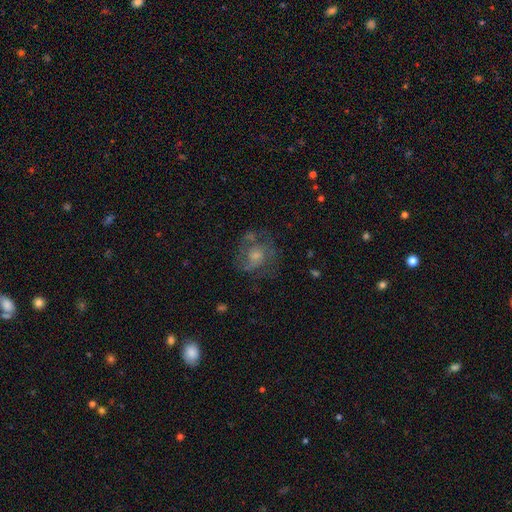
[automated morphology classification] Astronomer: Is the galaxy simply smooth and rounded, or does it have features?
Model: featured or disk — 58%.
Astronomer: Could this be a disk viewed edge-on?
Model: no — 97%.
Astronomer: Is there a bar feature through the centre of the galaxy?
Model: no — 72%.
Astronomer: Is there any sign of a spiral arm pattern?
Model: yes — 69%.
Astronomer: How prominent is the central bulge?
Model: moderate — 46% (runner-up: small, 37%).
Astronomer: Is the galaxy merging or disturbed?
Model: none — 61%.